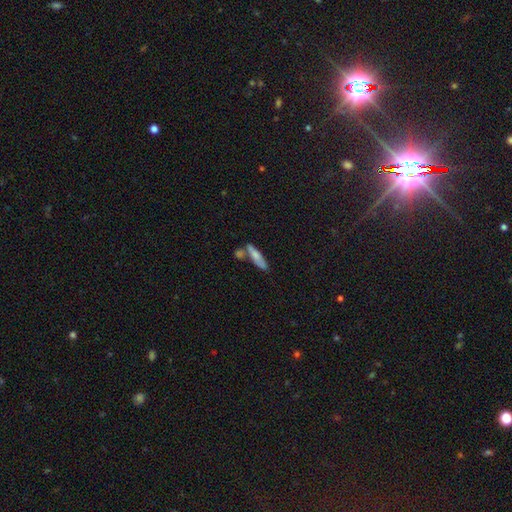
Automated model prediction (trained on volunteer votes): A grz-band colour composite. It shows a smooth galaxy with no disk features (69%) that is cigar-shaped (67%). Merging: none (49%).